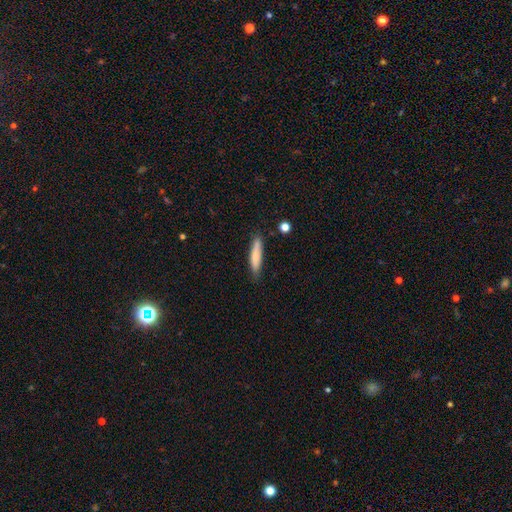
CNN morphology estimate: smooth-or-featured: smooth: 77% | featured or disk: 16% | star or artifact: 6%
  how-rounded: cigar-shaped: 85% | in between: 14% | round: 1%
  merging: none: 78% | minor disturbance: 16% | merger: 3% | major disturbance: 3%